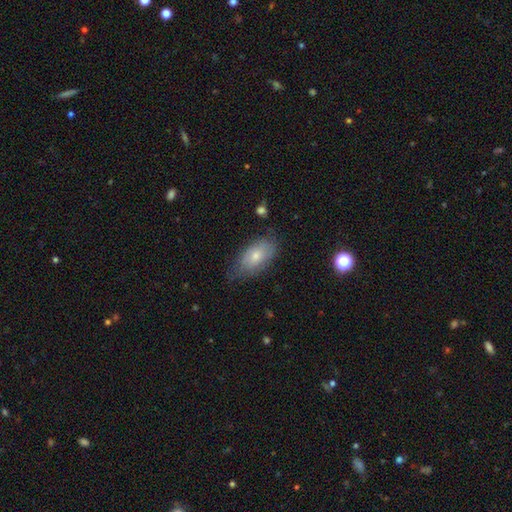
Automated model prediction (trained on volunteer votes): Smooth or featured: smooth — 69% (featured or disk — 24%)
How rounded: in between — 91% (round — 5%)
Merging: none — 63% (minor disturbance — 28%)